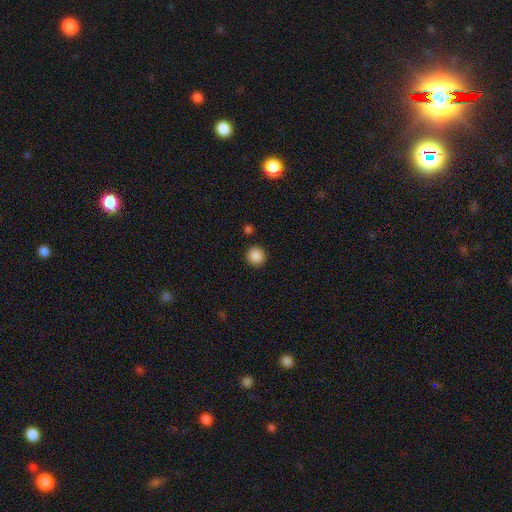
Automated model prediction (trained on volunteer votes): A smooth galaxy with no disk features (88%) that is round (94%). Merging: none (90%).